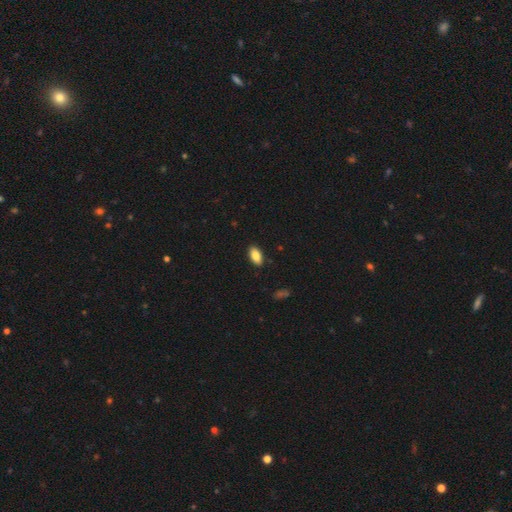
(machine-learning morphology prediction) A smooth galaxy with no disk features (86%) that is in between round and cigar-shaped (92%).

Vote fractions:
- Smooth or featured? smooth: 86% / star or artifact: 7% / featured or disk: 7%
- How rounded? in between: 92% / cigar-shaped: 5% / round: 3%
- Merging? none: 89% / minor disturbance: 8% / major disturbance: 2% / merger: 1%